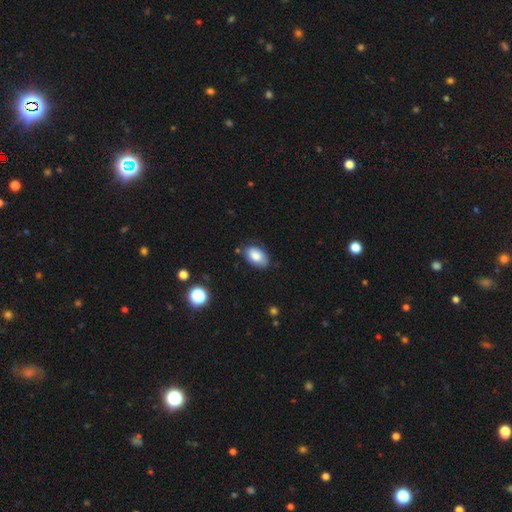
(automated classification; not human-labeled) Smooth or featured?
  - smooth: 84% *
  - featured or disk: 9%
  - star or artifact: 7%
How rounded?
  - in between: 91% *
  - round: 8%
  - cigar-shaped: 1%
Merging?
  - none: 74% *
  - minor disturbance: 20%
  - major disturbance: 4%
  - merger: 2%